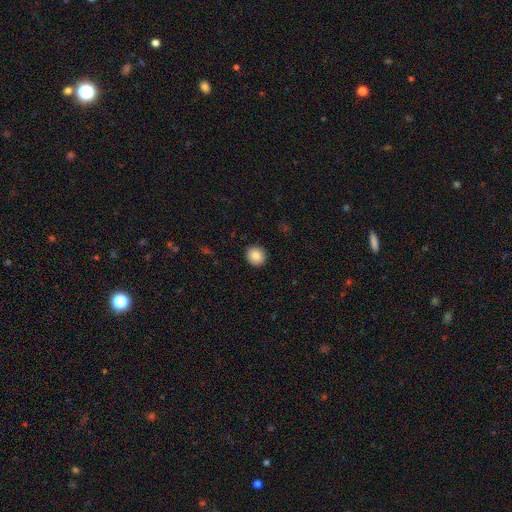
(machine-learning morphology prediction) This appears to be a smooth galaxy with no disk features (87%) that is round (88%). Merging: none (92%).